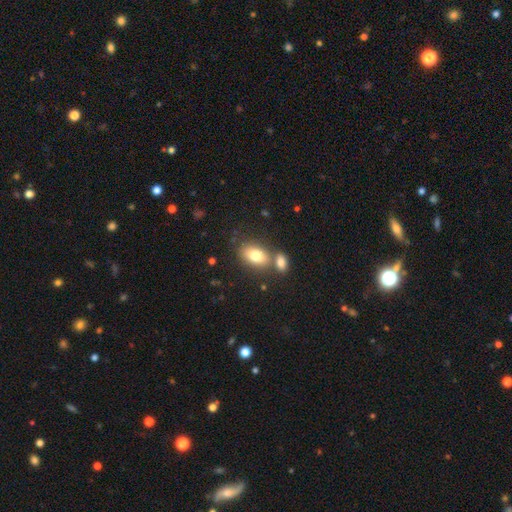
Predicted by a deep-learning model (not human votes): Smooth or featured? Predicted: smooth (p=0.80). How rounded? Predicted: in between (p=0.89). Merging? Predicted: none (p=0.55).